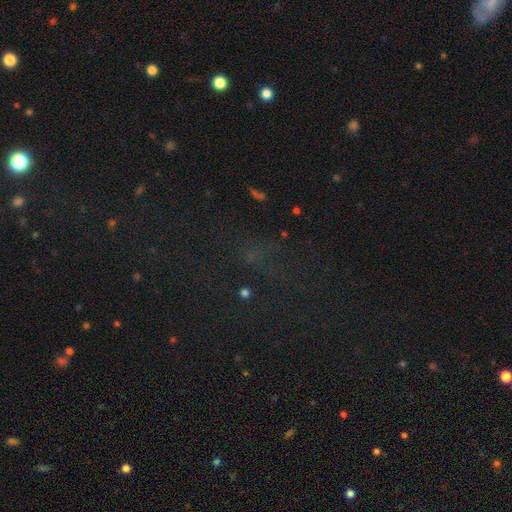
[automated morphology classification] This appears to be a star or artifact, not a galaxy (63%).